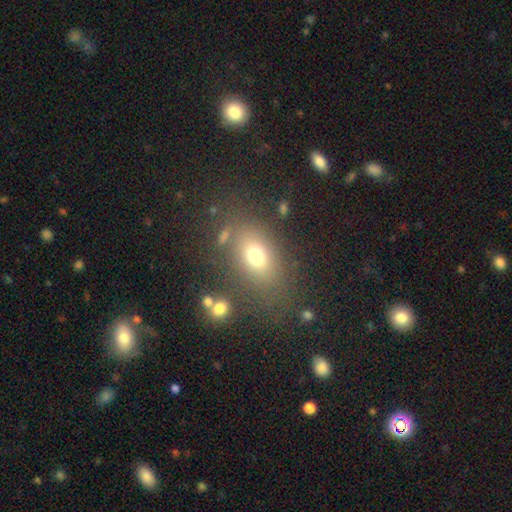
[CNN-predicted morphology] This appears to be a smooth galaxy with no disk features (71%) that is in between round and cigar-shaped (71%). Merging: none (73%).